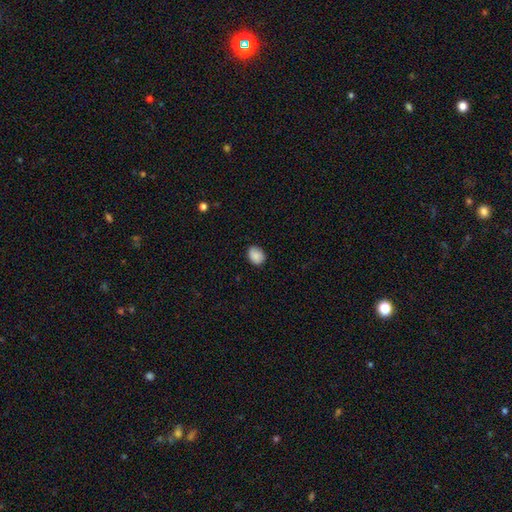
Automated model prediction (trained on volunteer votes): Smooth or featured?
  - smooth: 89% *
  - star or artifact: 8%
  - featured or disk: 4%
How rounded?
  - in between: 59% *
  - round: 40%
  - cigar-shaped: 1%
Merging?
  - none: 83% *
  - minor disturbance: 13%
  - major disturbance: 2%
  - merger: 1%